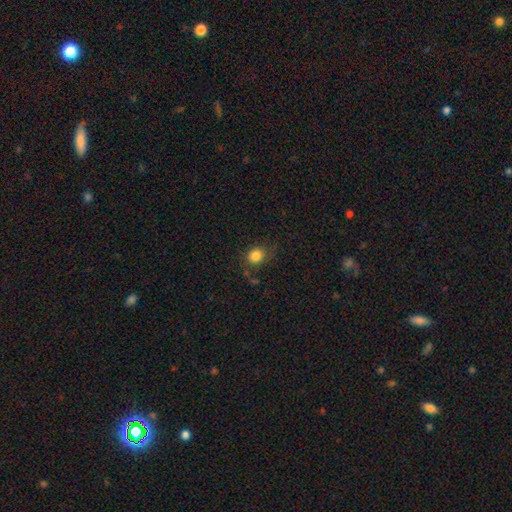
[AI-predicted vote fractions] This appears to be a smooth galaxy with no disk features (83%) that is round (73%). Merging: none (76%).